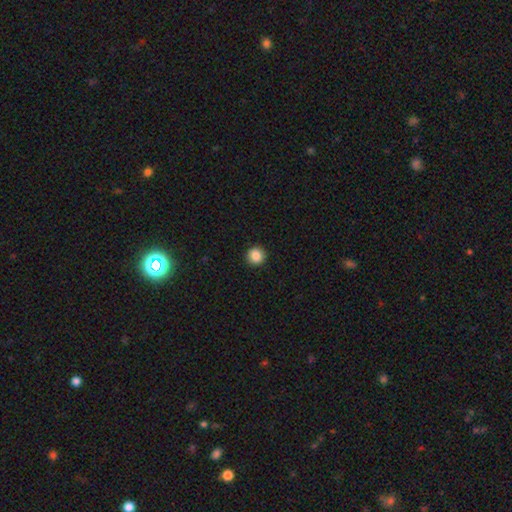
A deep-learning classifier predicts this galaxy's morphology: Overall: smooth (87%). How rounded: round (94%). Merging: none (93%).